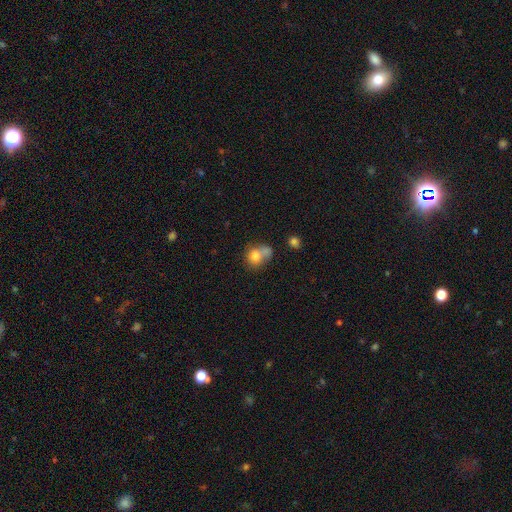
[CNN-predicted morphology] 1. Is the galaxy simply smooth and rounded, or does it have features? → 77% smooth, 13% featured or disk, 10% star or artifact.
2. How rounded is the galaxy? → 62% round, 36% in between, 1% cigar-shaped.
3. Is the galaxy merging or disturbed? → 47% merger, 29% none, 14% minor disturbance, 9% major disturbance.